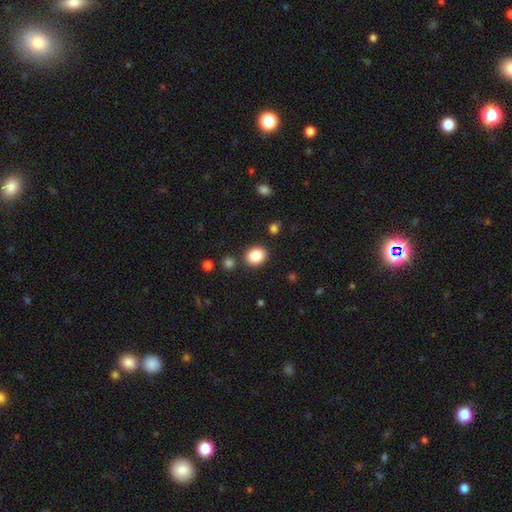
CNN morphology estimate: Smooth or featured?
  - smooth: 86% *
  - star or artifact: 9%
  - featured or disk: 5%
How rounded?
  - round: 51% *
  - in between: 48%
  - cigar-shaped: 1%
Merging?
  - none: 84% *
  - minor disturbance: 9%
  - merger: 4%
  - major disturbance: 3%